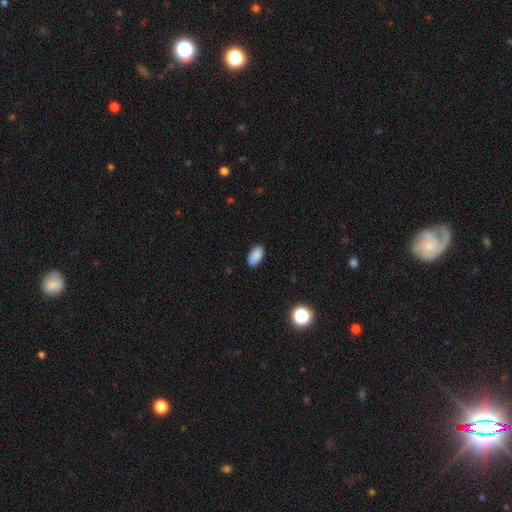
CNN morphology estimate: Overall: smooth (88%). How rounded: in between (94%). Merging: none (86%).